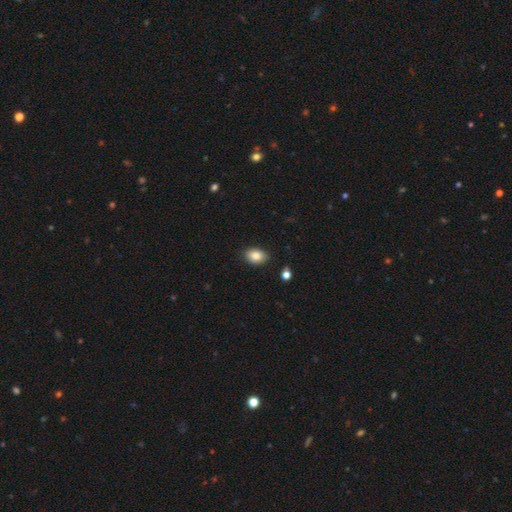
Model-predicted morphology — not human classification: This appears to be a smooth galaxy with no disk features (84%) that is in between round and cigar-shaped (84%). Merging: none (87%).